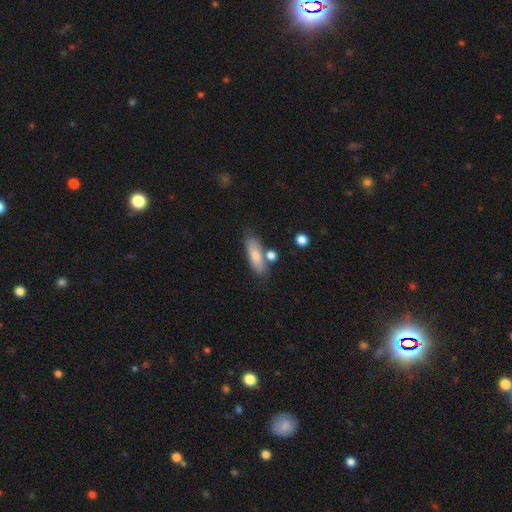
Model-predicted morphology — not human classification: Smooth or featured? Predicted: smooth (p=0.75). How rounded? Predicted: in between (p=0.56). Merging? Predicted: none (p=0.65).